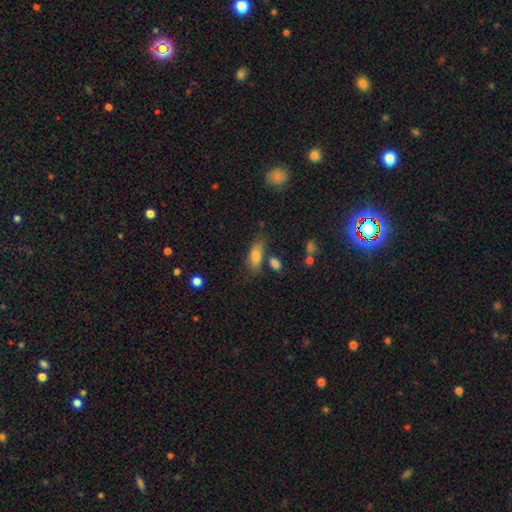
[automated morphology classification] smooth_or_featured: smooth (p=0.79) [alt: featured or disk p=0.13]
how_rounded: in between (p=0.79) [alt: cigar-shaped p=0.18]
merging: none (p=0.65) [alt: minor disturbance p=0.18]